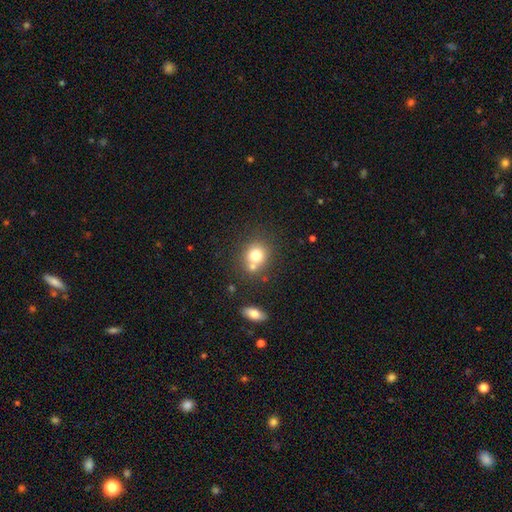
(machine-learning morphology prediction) type=smooth (74%); roundness=round (81%); merging=none (53%).